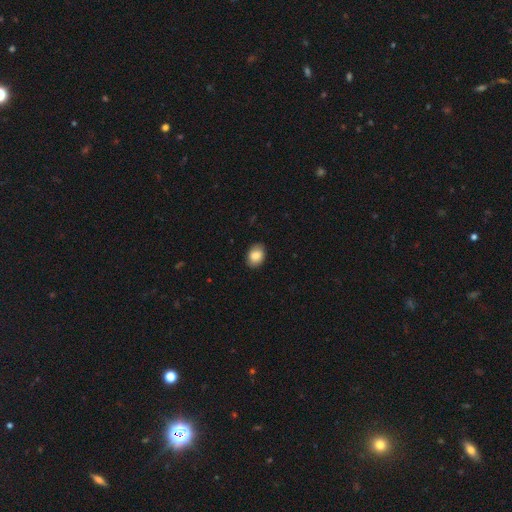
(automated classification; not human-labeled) smooth_or_featured: smooth (p=0.86) [alt: star or artifact p=0.07]
how_rounded: in between (p=0.71) [alt: round p=0.28]
merging: none (p=0.85) [alt: minor disturbance p=0.12]